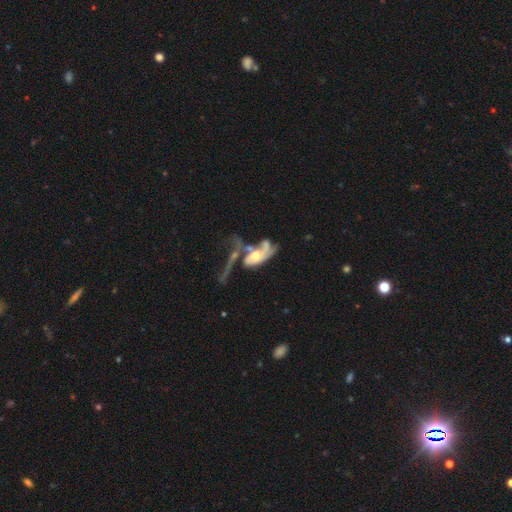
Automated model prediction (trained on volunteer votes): smooth-or-featured: featured or disk: 76% | smooth: 17% | star or artifact: 7%
  disk-edge-on: no: 90% | yes: 10%
    bar: no: 69% | weak: 24% | strong: 8%
    has-spiral-arms: yes: 79% | no: 21%
      spiral-winding: loose: 42% | medium: 33% | tight: 25%
      spiral-arm-count: 2: 45% | can't tell: 29% | 1: 13% | 3: 8% | 4: 3% | more than 4: 3%
    bulge-size: moderate: 63% | small: 24% | large: 9% | none: 3% | dominant: 2%
  merging: merger: 45% | major disturbance: 31% | none: 14% | minor disturbance: 10%